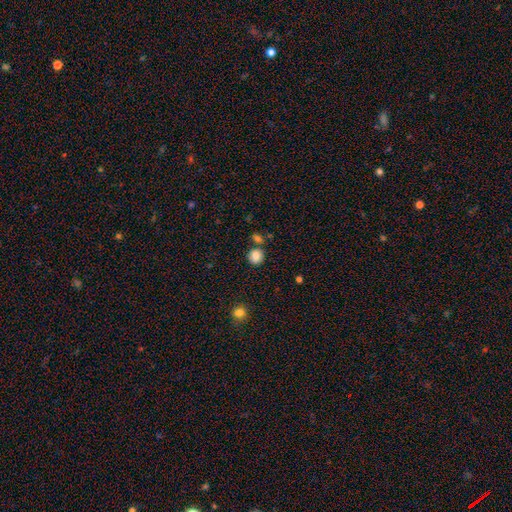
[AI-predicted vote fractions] smooth_or_featured: smooth (p=0.83) [alt: star or artifact p=0.10]
how_rounded: round (p=0.85) [alt: in between p=0.14]
merging: none (p=0.78) [alt: merger p=0.10]